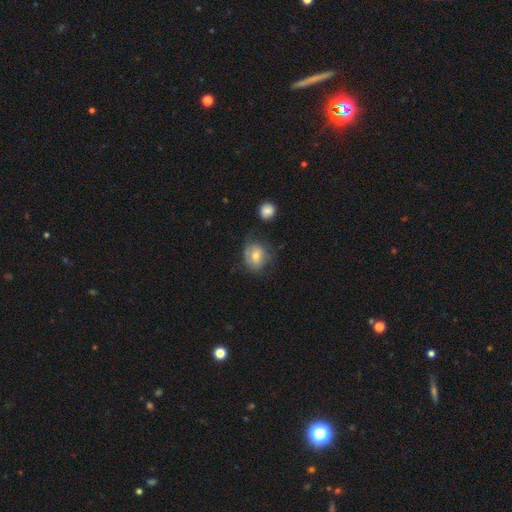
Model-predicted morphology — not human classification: This is likely a smooth galaxy (66%). How rounded: likely round (64%). Merging: possibly none (55%).